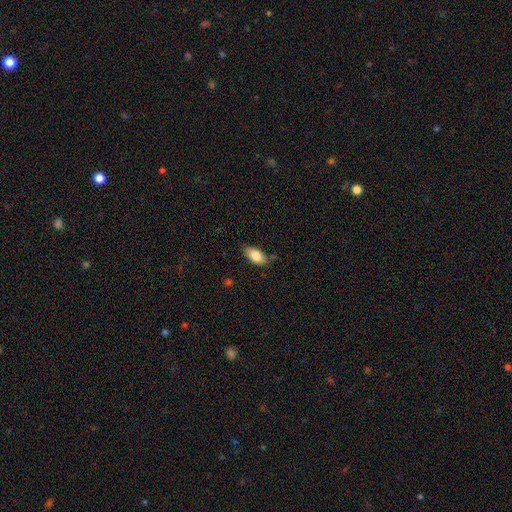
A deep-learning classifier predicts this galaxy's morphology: Smooth or featured?
  - smooth: 84% *
  - featured or disk: 10%
  - star or artifact: 7%
How rounded?
  - in between: 91% *
  - cigar-shaped: 6%
  - round: 3%
Merging?
  - none: 80% *
  - minor disturbance: 15%
  - major disturbance: 3%
  - merger: 2%